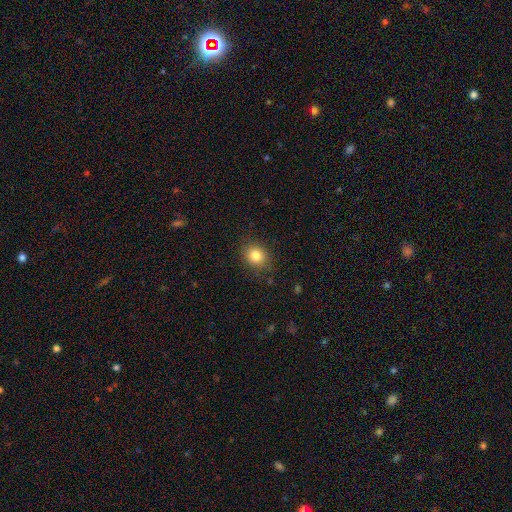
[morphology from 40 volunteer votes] This is clearly a smooth galaxy (90%). How rounded: clearly round (83%). Merging: clearly none (87%).